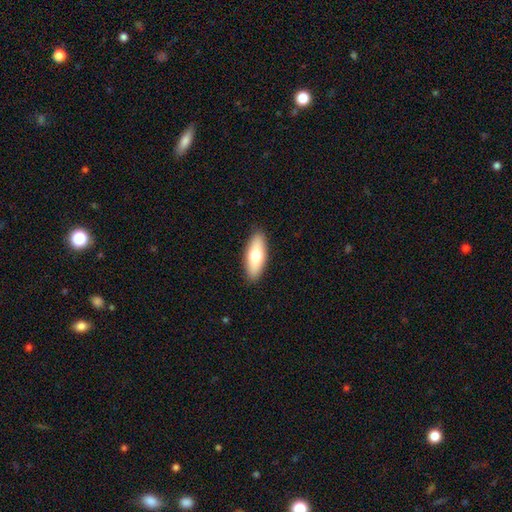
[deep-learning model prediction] Smooth or featured? Predicted: smooth (p=0.70). How rounded? Predicted: in between (p=0.69). Merging? Predicted: none (p=0.90).